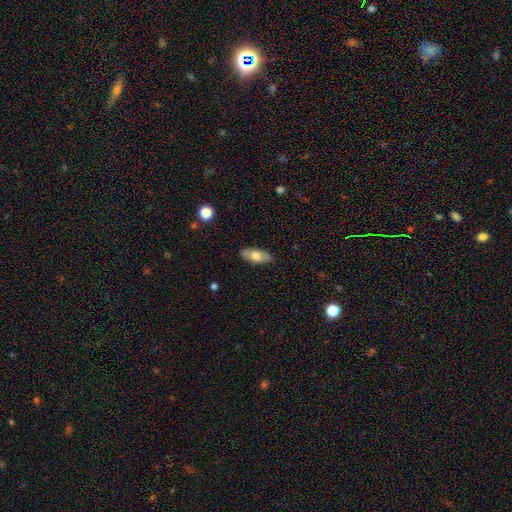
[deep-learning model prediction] Smooth or featured: smooth — 61% (featured or disk — 33%)
How rounded: in between — 90% (cigar-shaped — 7%)
Merging: none — 85% (minor disturbance — 12%)